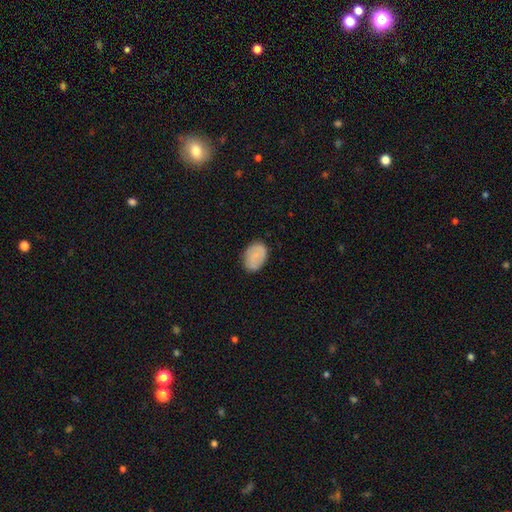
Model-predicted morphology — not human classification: Smooth or featured: smooth — 72% (featured or disk — 20%)
How rounded: in between — 81% (round — 17%)
Merging: none — 83% (minor disturbance — 13%)